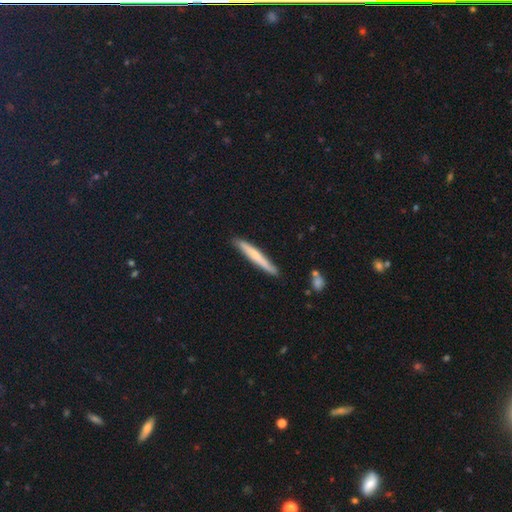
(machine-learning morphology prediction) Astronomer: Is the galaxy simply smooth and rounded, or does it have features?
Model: smooth — 61%.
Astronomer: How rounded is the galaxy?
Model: cigar-shaped — 96%.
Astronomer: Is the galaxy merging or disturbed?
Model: none — 87%.